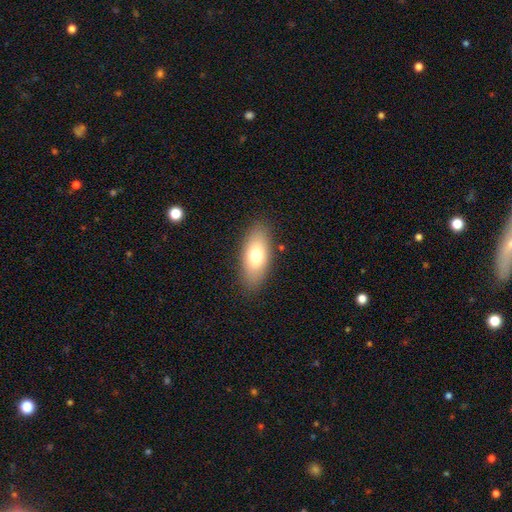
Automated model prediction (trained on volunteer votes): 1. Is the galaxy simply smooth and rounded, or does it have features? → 73% smooth, 20% featured or disk, 8% star or artifact.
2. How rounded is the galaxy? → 85% in between, 12% cigar-shaped, 4% round.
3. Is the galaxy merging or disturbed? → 86% none, 10% minor disturbance, 3% major disturbance, 1% merger.